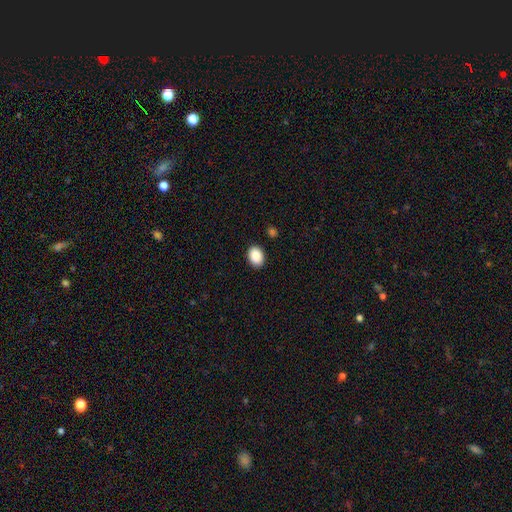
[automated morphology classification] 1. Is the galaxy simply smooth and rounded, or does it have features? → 90% smooth, 7% star or artifact, 3% featured or disk.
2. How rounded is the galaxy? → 75% in between, 24% round, 1% cigar-shaped.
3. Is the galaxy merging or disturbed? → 89% none, 8% minor disturbance, 2% major disturbance, 1% merger.